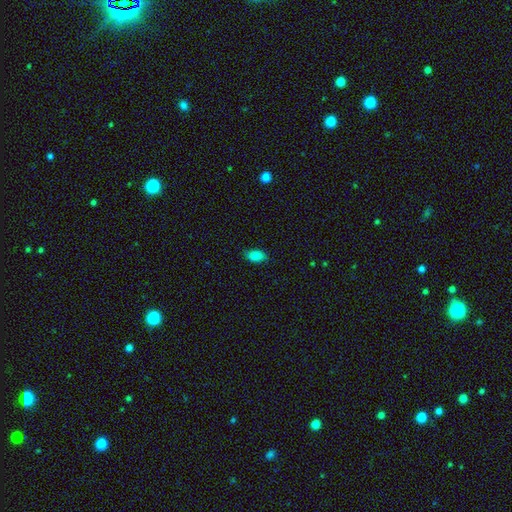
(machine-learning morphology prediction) Smooth or featured: smooth — 85% (star or artifact — 9%)
How rounded: in between — 91% (round — 6%)
Merging: none — 84% (minor disturbance — 13%)